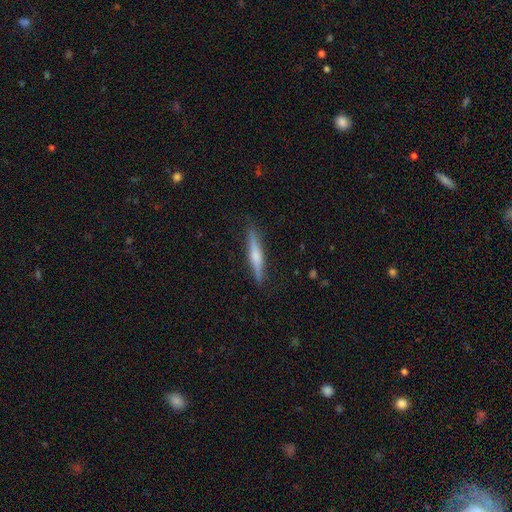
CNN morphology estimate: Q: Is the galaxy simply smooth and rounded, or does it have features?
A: featured or disk — 51%.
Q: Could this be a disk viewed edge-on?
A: yes — 96%.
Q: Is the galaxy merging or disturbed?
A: none — 88%.